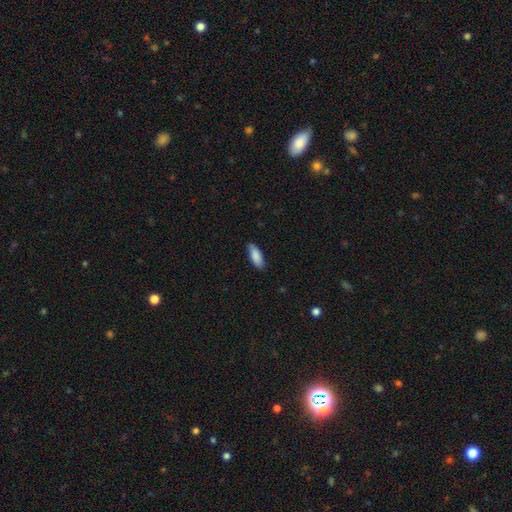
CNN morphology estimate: The model was most divided on "how rounded": in between: 72%, cigar-shaped: 27%, round: 2%. More confident: smooth or featured — smooth (87%); merging — none (83%).